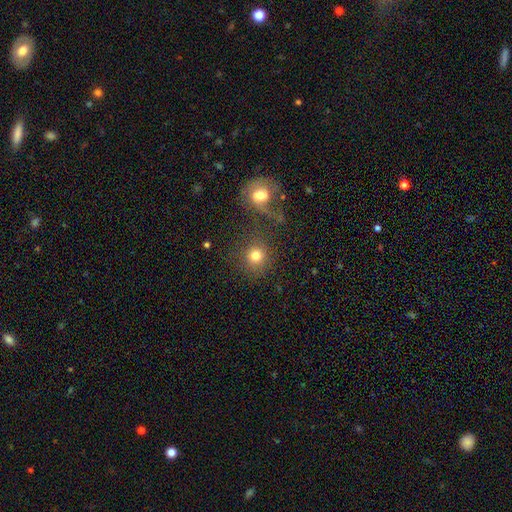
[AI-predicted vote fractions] Smooth or featured? smooth (79%)
How rounded? round (89%)
Merging? none (64%)